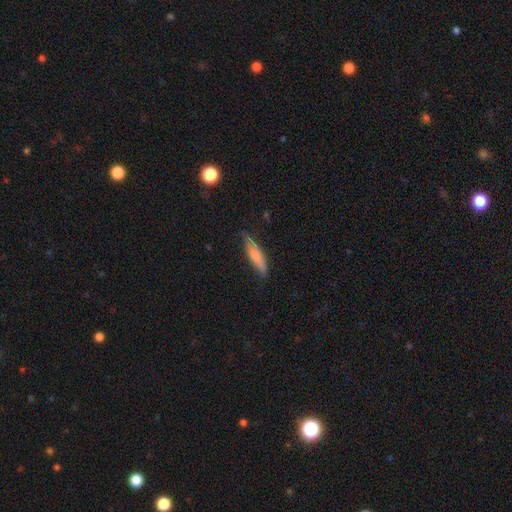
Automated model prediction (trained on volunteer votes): This appears to be a smooth galaxy with no disk features (71%) that is cigar-shaped (76%). Merging: none (74%).